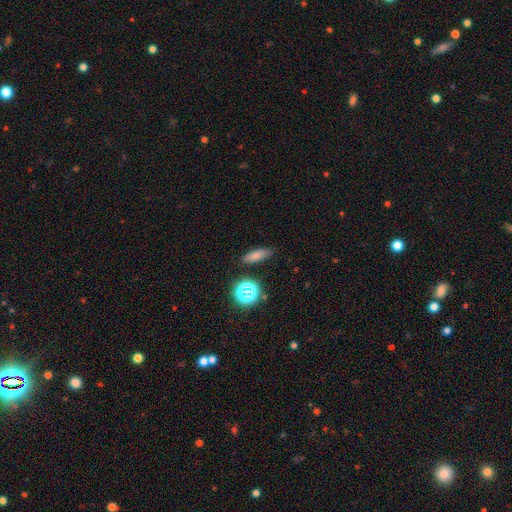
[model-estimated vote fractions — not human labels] Q: Smooth or featured?
A: smooth (73%); runner-up: star or artifact (17%)
Q: How rounded?
A: in between (56%); runner-up: cigar-shaped (35%)
Q: Merging?
A: none (82%); runner-up: minor disturbance (12%)